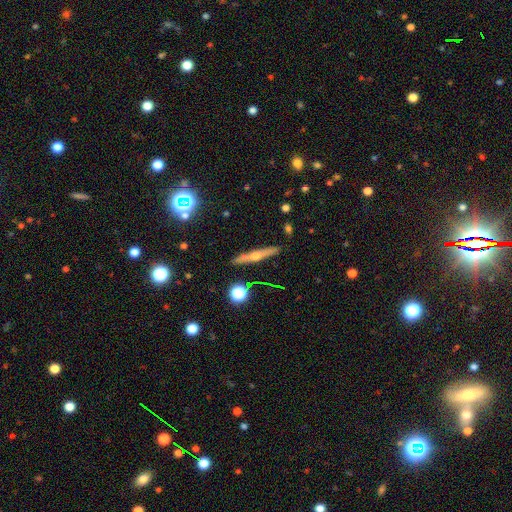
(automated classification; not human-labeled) Overall: featured or disk (65%; smooth 25%). Edge-on disk: yes (96%). Edge-on bulge: rounded (87%). Merging: none (90%).